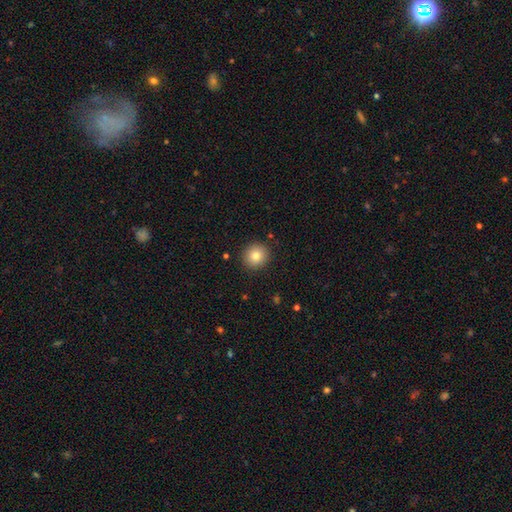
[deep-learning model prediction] Smooth or featured? Predicted: smooth (p=0.82). How rounded? Predicted: round (p=0.90). Merging? Predicted: none (p=0.90).